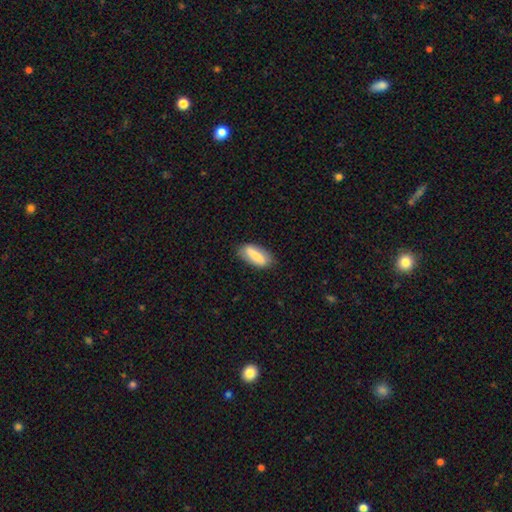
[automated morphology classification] Q: Smooth or featured?
A: smooth (73%); runner-up: featured or disk (21%)
Q: How rounded?
A: in between (75%); runner-up: cigar-shaped (22%)
Q: Merging?
A: none (81%); runner-up: minor disturbance (14%)